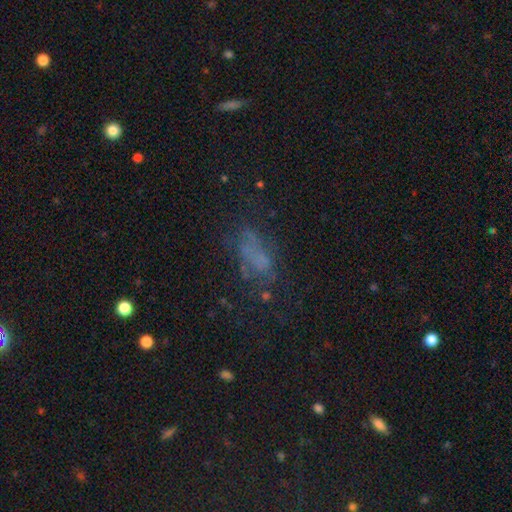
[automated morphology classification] A smooth galaxy with no disk features (42%).

Vote fractions:
- Smooth or featured? smooth: 42% / featured or disk: 34% / star or artifact: 25%
- Merging? none: 46% / major disturbance: 28% / minor disturbance: 21% / merger: 5%